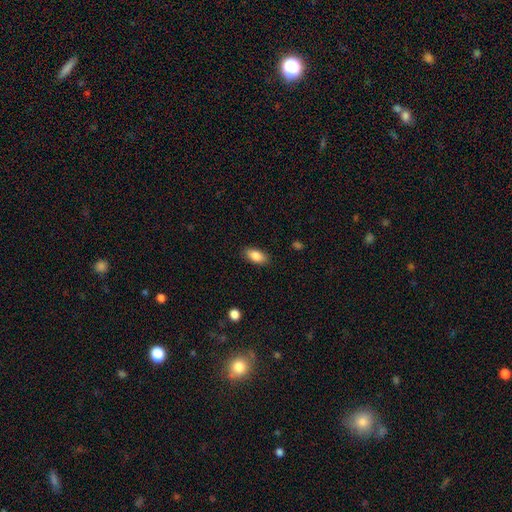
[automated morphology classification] smooth 85%, featured or disk 8%, star or artifact 7%. Down the decision tree: how rounded — in between (89%); merging — none (88%).